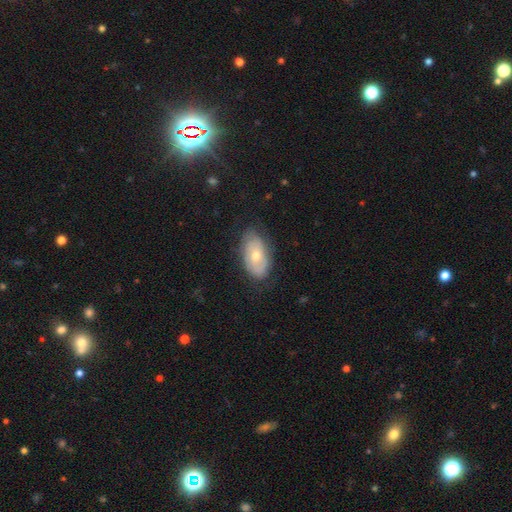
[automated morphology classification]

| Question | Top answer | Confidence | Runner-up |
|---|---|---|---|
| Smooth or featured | featured or disk | 48% | smooth (44%) |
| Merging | none | 75% | minor disturbance (19%) |